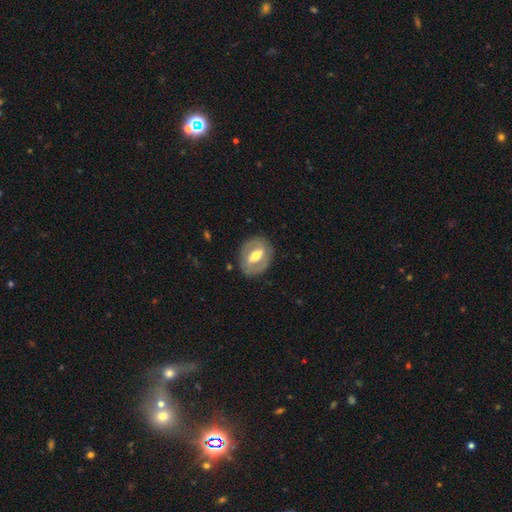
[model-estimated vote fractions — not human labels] Smooth or featured? featured or disk (69%)
Edge-on disk? no (93%)
Bar? strong (49%)
Spiral arms? no (51%)
Bulge size? moderate (69%)
Merging? none (82%)